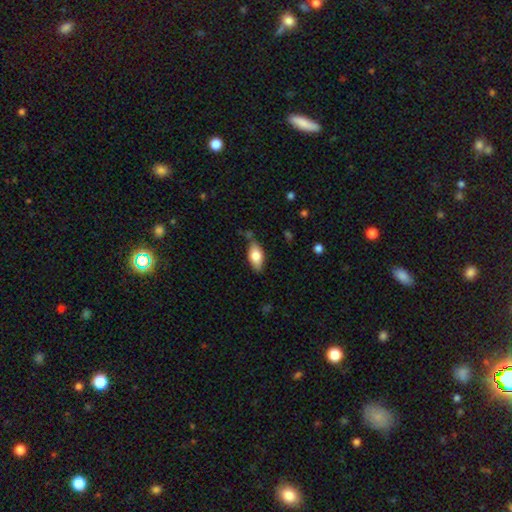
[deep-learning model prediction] Smooth or featured?
  - smooth: 75% *
  - featured or disk: 19%
  - star or artifact: 6%
How rounded?
  - in between: 89% *
  - cigar-shaped: 9%
  - round: 3%
Merging?
  - none: 71% *
  - minor disturbance: 20%
  - merger: 5%
  - major disturbance: 4%